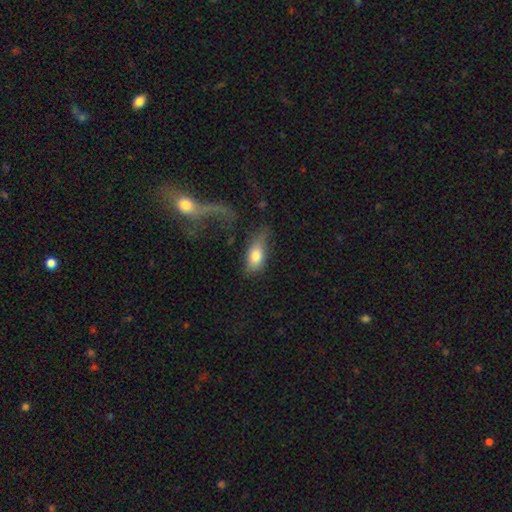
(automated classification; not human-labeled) This is likely a smooth galaxy (74%). How rounded: clearly in between (84%). Merging: marginally none (40%).